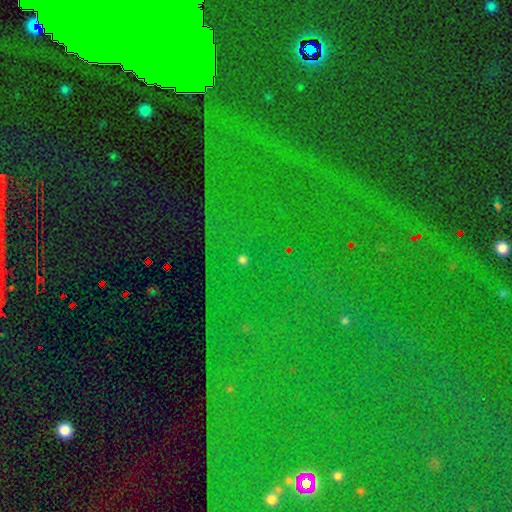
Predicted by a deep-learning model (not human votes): Smooth or featured? star or artifact (84%)